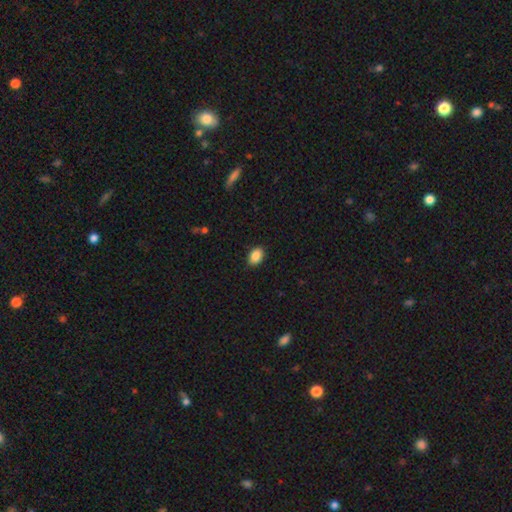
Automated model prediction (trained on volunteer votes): A smooth galaxy with no disk features (88%) that is in between round and cigar-shaped (85%). Merging: none (89%).